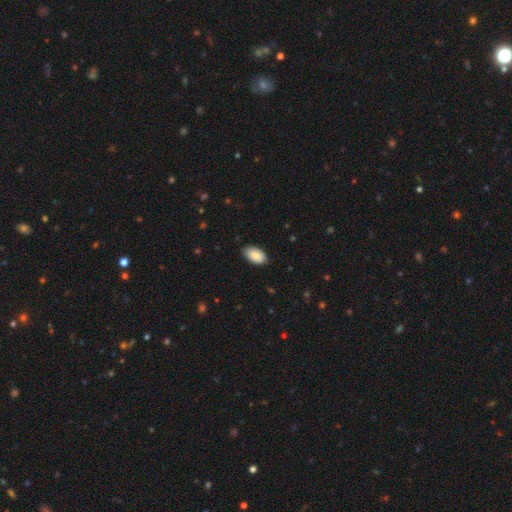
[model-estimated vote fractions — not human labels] A smooth galaxy with no disk features (87%) that is in between round and cigar-shaped (95%). Merging: none (82%).